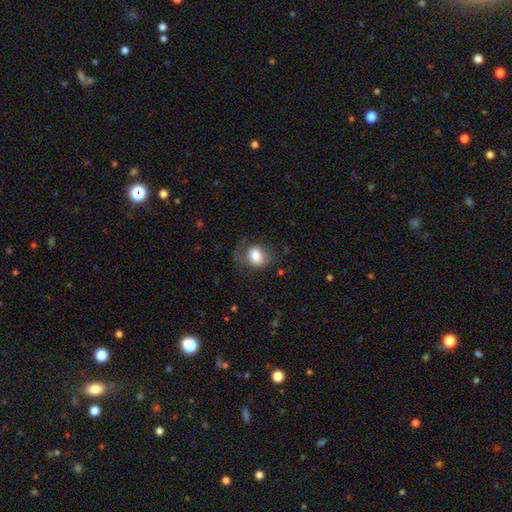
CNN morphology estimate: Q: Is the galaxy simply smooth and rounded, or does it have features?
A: smooth — 77%.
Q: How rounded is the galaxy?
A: in between — 63%.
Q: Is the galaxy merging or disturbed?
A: none — 51%.